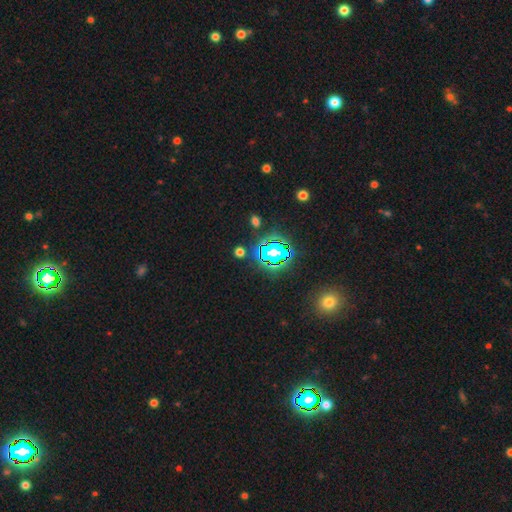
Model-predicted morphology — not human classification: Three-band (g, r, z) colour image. It shows a star or artifact, not a galaxy (75%).